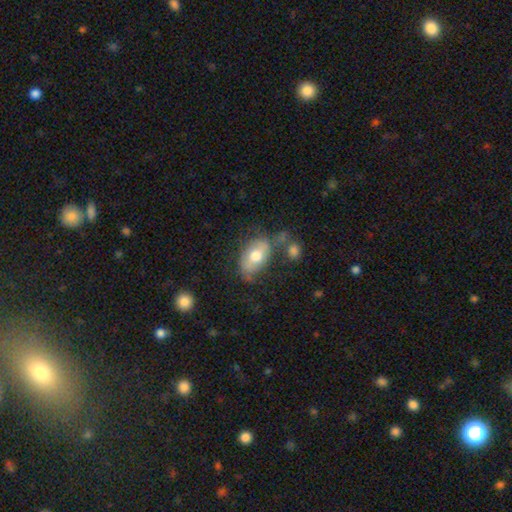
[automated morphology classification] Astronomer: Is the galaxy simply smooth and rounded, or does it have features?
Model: smooth — 61%.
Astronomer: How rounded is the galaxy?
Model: in between — 89%.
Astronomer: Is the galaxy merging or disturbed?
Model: none — 50% (runner-up: minor disturbance, 26%).